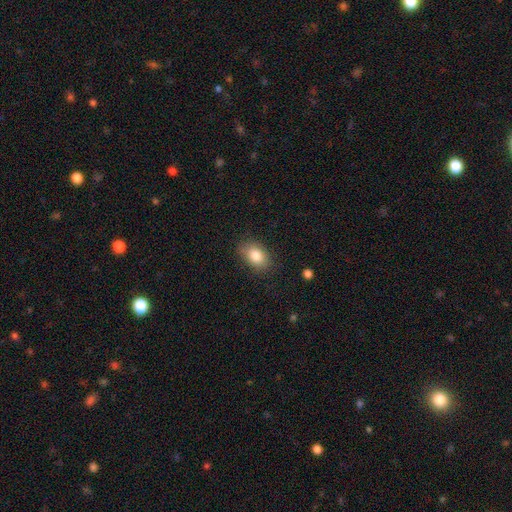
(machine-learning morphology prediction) A smooth galaxy with no disk features (83%) that is in between round and cigar-shaped (85%). Merging: none (83%).